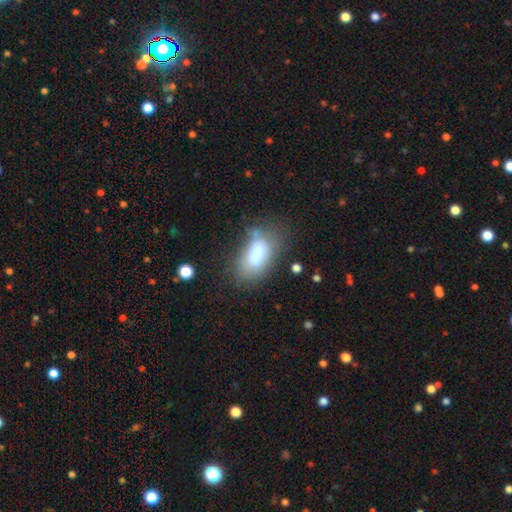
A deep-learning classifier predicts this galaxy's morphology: This is likely a smooth galaxy (70%). How rounded: clearly in between (90%). Merging: possibly none (50%).